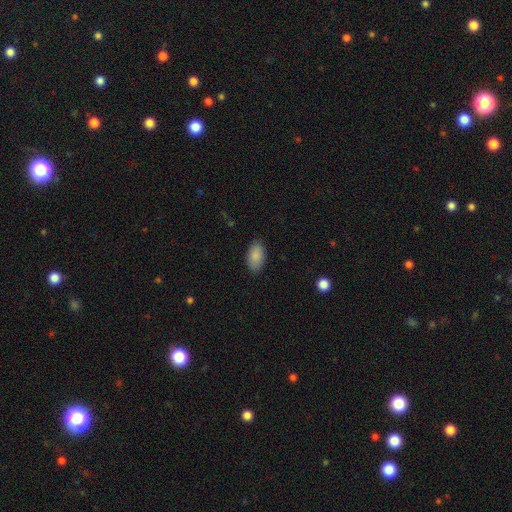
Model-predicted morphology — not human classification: Q: Smooth or featured?
A: smooth (89%); runner-up: star or artifact (7%)
Q: How rounded?
A: in between (94%); runner-up: round (3%)
Q: Merging?
A: none (87%); runner-up: minor disturbance (10%)